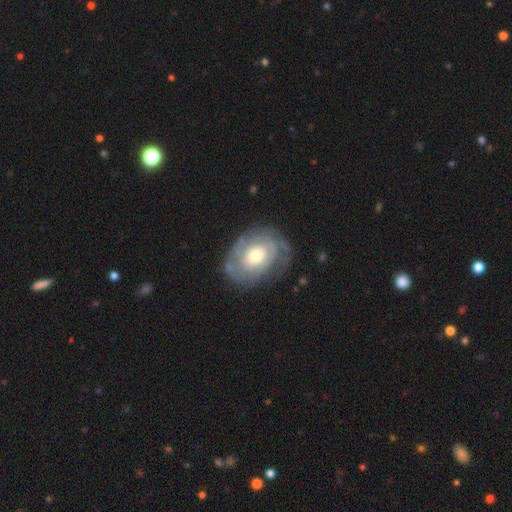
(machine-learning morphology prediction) The model was most divided on "spiral arm count": can't tell: 41%, 2: 32%, 3: 11%, 1: 7%, 4: 5%, more than 4: 4%. More confident: edge-on disk — no (96%); spiral arms — yes (84%); smooth or featured — featured or disk (75%); bar — no (73%); merging — none (71%); spiral winding — tight (66%); bulge size — moderate (62%).